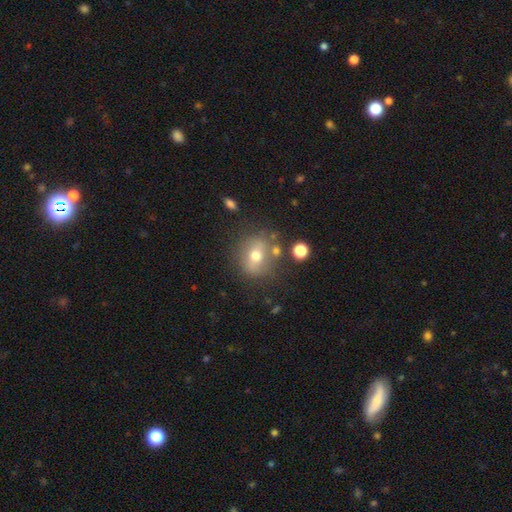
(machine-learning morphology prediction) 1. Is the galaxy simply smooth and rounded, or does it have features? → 60% smooth, 28% featured or disk, 12% star or artifact.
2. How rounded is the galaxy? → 71% round, 28% in between, 1% cigar-shaped.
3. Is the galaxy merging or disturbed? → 71% none, 15% minor disturbance, 8% merger, 6% major disturbance.